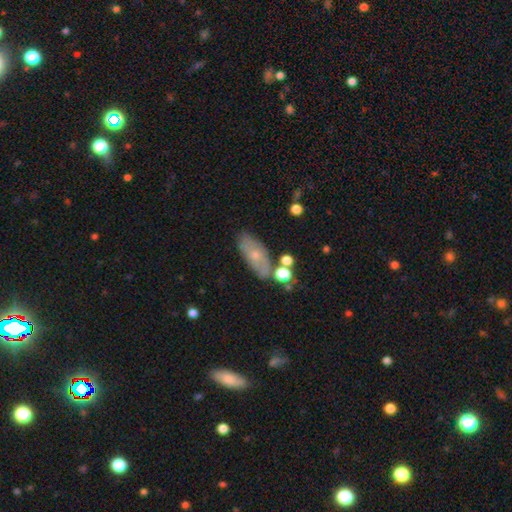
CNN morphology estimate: The model was most divided on "smooth or featured": smooth: 53%, featured or disk: 37%, star or artifact: 10%. More confident: how rounded — in between (80%); merging — none (67%).